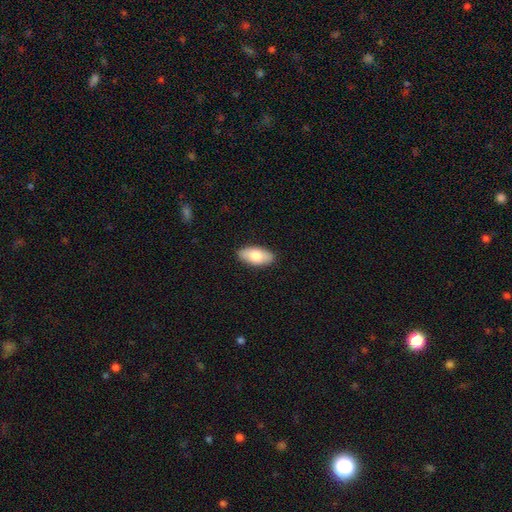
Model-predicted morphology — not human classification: A smooth galaxy with no disk features (77%) that is in between round and cigar-shaped (92%).

Vote fractions:
- Smooth or featured? smooth: 77% / featured or disk: 18% / star or artifact: 6%
- How rounded? in between: 92% / cigar-shaped: 6% / round: 3%
- Merging? none: 88% / minor disturbance: 9% / major disturbance: 2% / merger: 1%